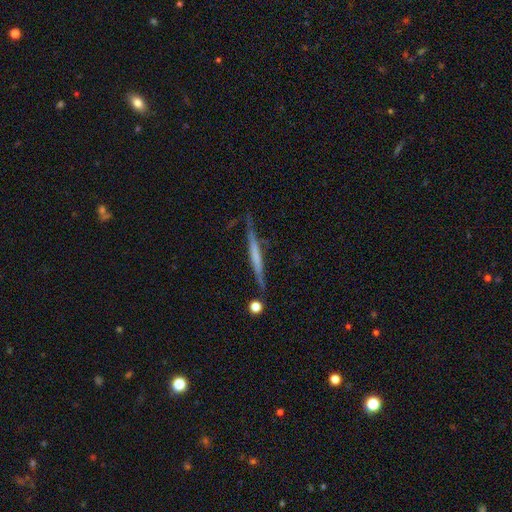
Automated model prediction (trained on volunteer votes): This is possibly a featured or disk galaxy (60%). It is clearly viewed edge-on (95%). Edge-on bulge: likely none (71%). Merging: likely none (77%).